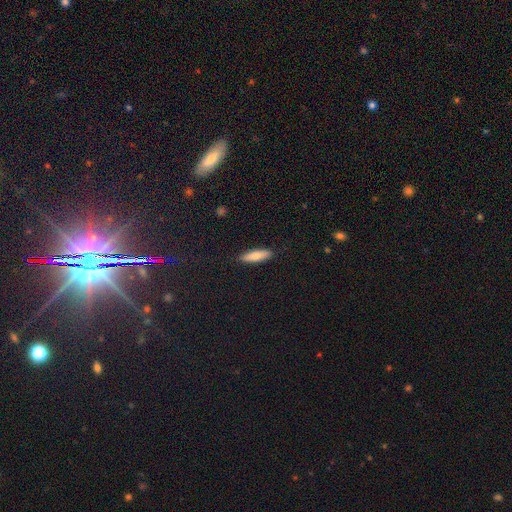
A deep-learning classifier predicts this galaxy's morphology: Smooth or featured? smooth (74%)
How rounded? cigar-shaped (60%)
Merging? none (89%)